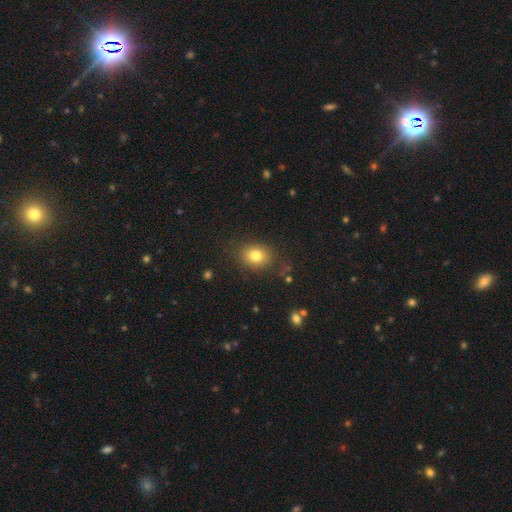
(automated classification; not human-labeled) Smooth or featured?
  - smooth: 80% *
  - star or artifact: 11%
  - featured or disk: 9%
How rounded?
  - round: 50% *
  - in between: 49%
  - cigar-shaped: 1%
Merging?
  - none: 82% *
  - minor disturbance: 12%
  - major disturbance: 4%
  - merger: 2%